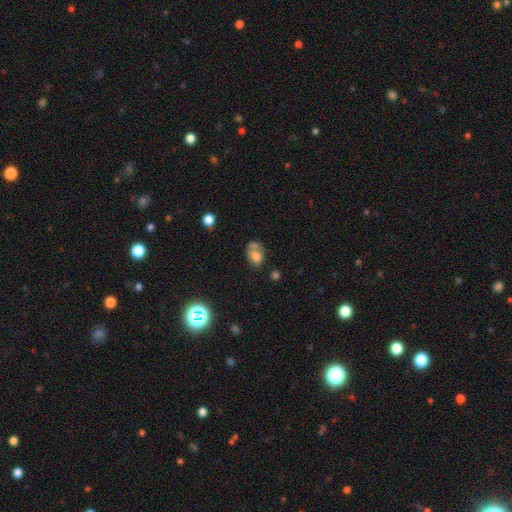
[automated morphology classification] type=smooth (70%); roundness=in between (66%); merging=merger (46%).